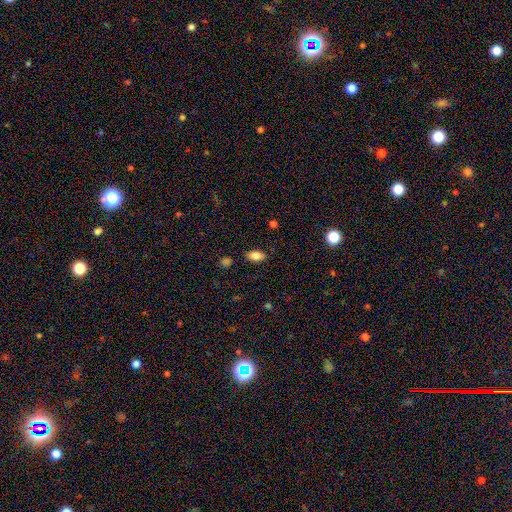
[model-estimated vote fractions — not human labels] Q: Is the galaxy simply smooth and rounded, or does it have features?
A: smooth — 84%.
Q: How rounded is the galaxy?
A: in between — 91%.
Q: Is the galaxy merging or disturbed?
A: none — 86%.